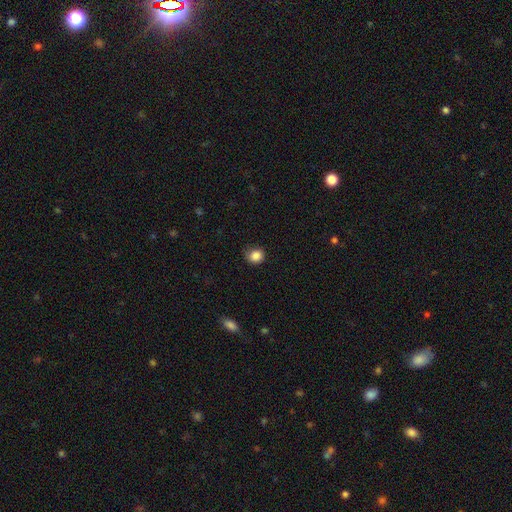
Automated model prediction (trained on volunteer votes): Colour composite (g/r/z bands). It shows a smooth galaxy with no disk features (86%) that is round (79%). Merging: none (74%).